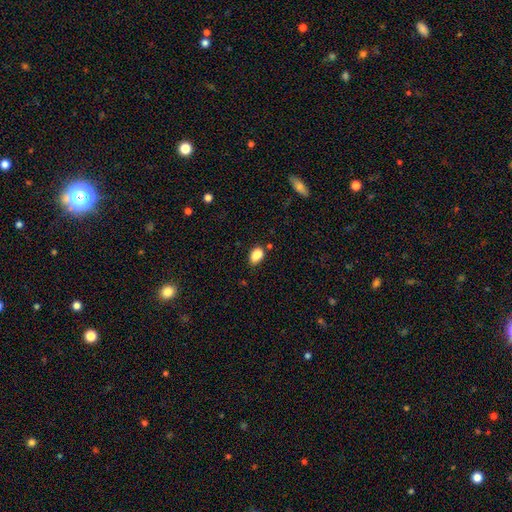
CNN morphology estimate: Smooth or featured? smooth (85%)
How rounded? in between (85%)
Merging? none (66%)